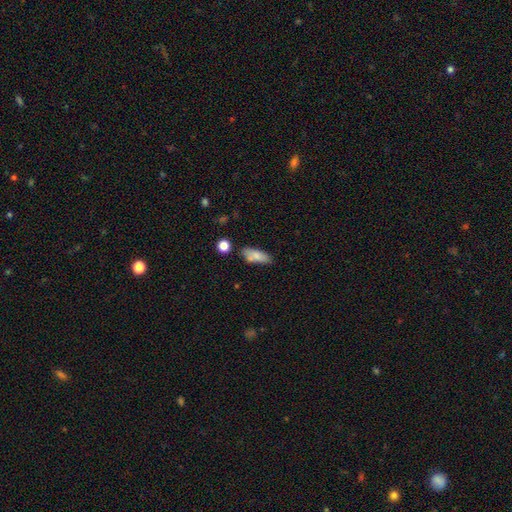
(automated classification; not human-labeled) Overall: smooth (79%). How rounded: in between (70%). Merging: none (65%).